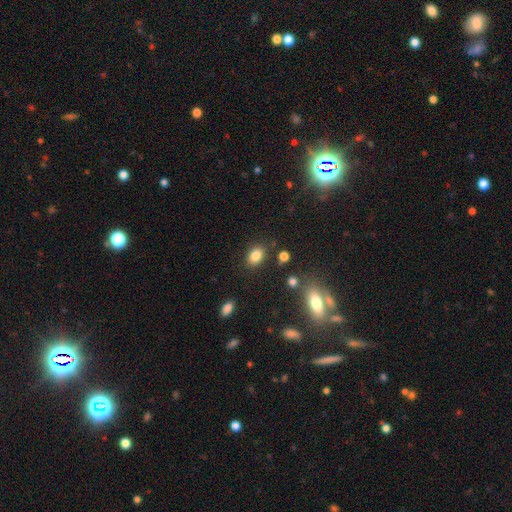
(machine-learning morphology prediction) This is clearly a smooth galaxy (83%). How rounded: likely in between (74%). Merging: clearly none (82%).